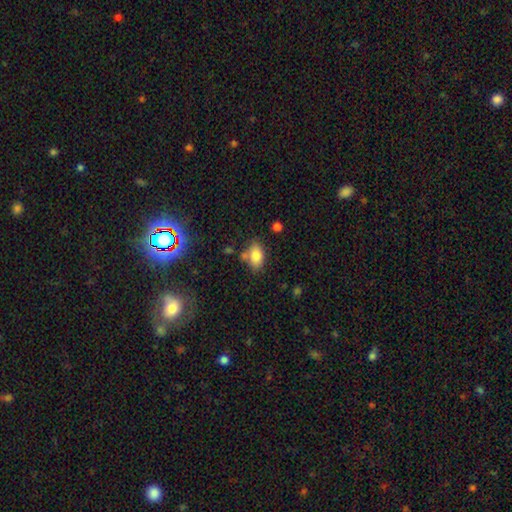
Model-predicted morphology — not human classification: Overall: smooth (83%). How rounded: in between (89%). Merging: none (68%).